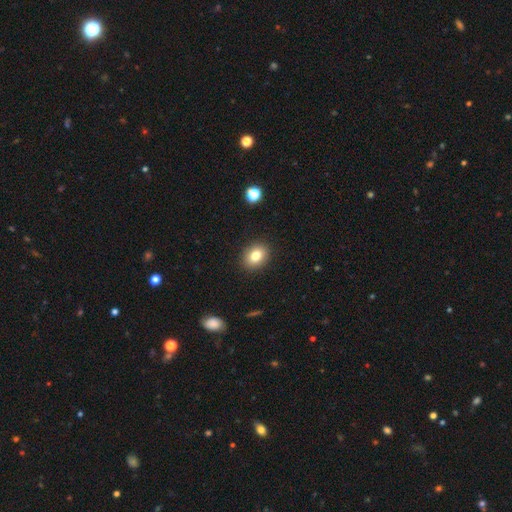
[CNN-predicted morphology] This is clearly a smooth galaxy (81%). How rounded: possibly in between (53%). Merging: clearly none (90%).